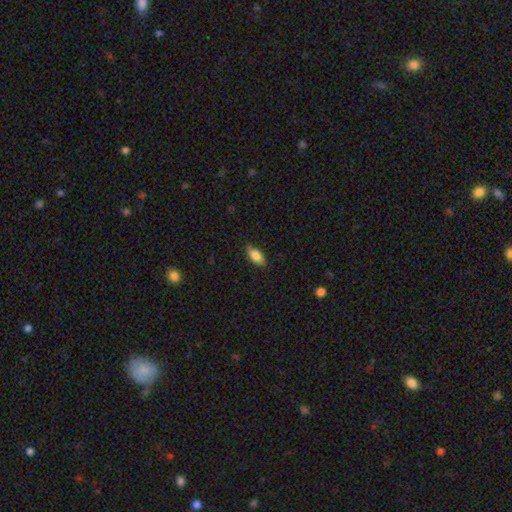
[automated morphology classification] A smooth galaxy with no disk features (81%) that is in between round and cigar-shaped (85%). Merging: none (84%).